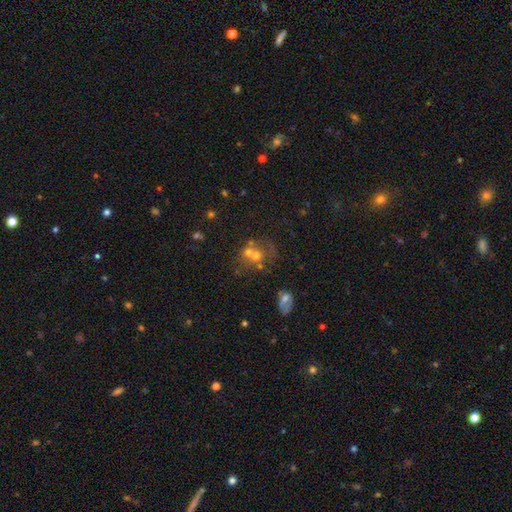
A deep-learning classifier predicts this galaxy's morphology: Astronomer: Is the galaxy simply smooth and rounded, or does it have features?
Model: smooth — 52% (runner-up: featured or disk, 30%).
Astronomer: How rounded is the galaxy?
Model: round — 71%.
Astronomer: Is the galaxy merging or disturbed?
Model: merger — 52% (runner-up: none, 31%).